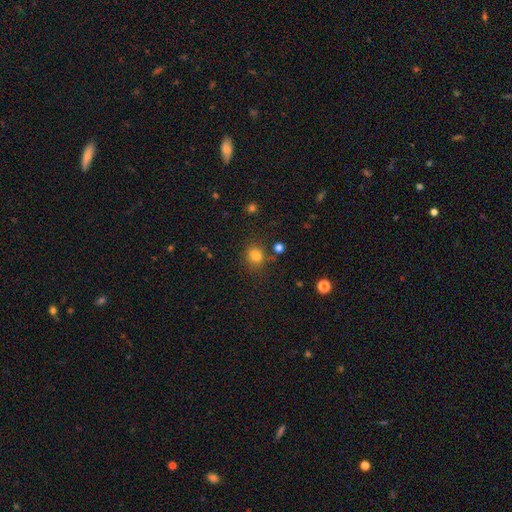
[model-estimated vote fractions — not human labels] Smooth or featured? smooth (80%)
How rounded? round (72%)
Merging? none (69%)